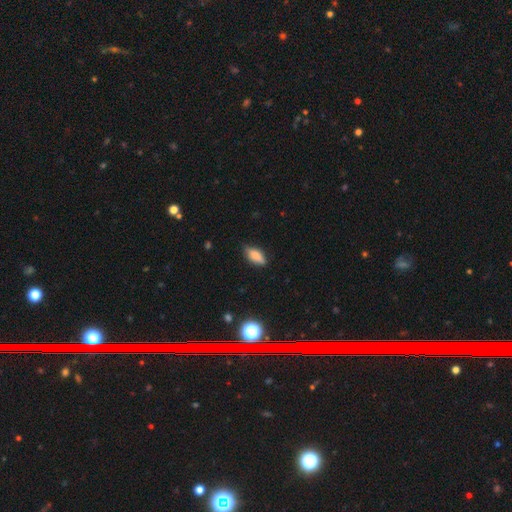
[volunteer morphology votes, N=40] Smooth or featured: smooth — 80% (featured or disk — 15%)
How rounded: in between — 88% (cigar-shaped — 9%)
Merging: none — 82% (minor disturbance — 11%)